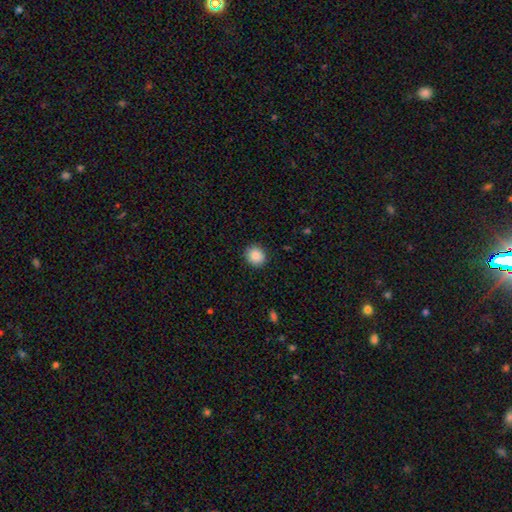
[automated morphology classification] type=smooth (88%); roundness=round (79%); merging=none (90%).